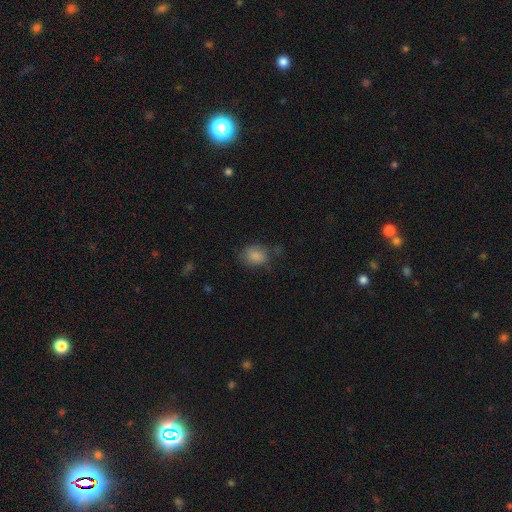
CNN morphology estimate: Smooth or featured? Predicted: smooth (p=0.82). How rounded? Predicted: in between (p=0.58). Merging? Predicted: none (p=0.55).